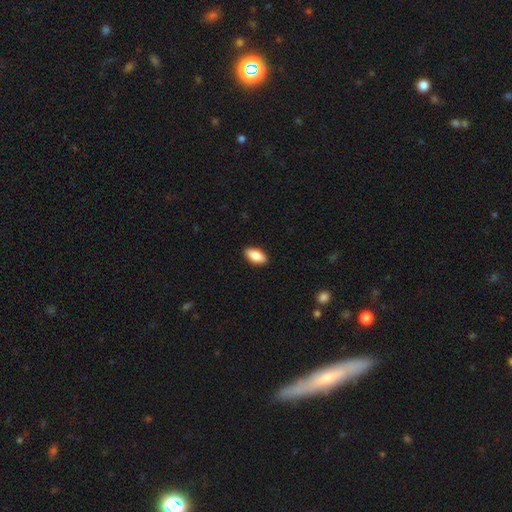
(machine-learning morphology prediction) Smooth or featured: smooth — 87% (featured or disk — 7%)
How rounded: in between — 92% (cigar-shaped — 6%)
Merging: none — 90% (minor disturbance — 7%)